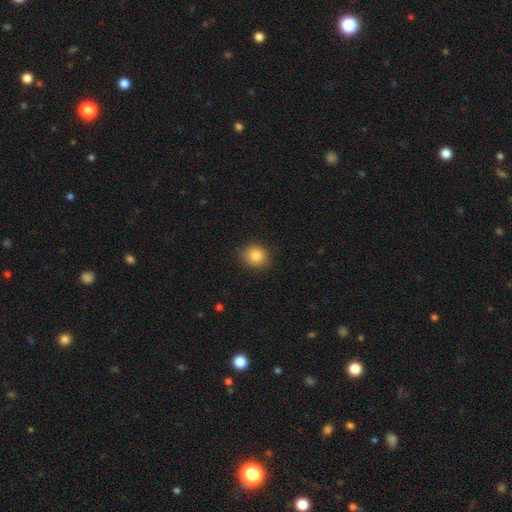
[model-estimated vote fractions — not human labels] smooth_or_featured: smooth (p=0.82) [alt: star or artifact p=0.10]
how_rounded: round (p=0.78) [alt: in between p=0.21]
merging: none (p=0.85) [alt: minor disturbance p=0.12]